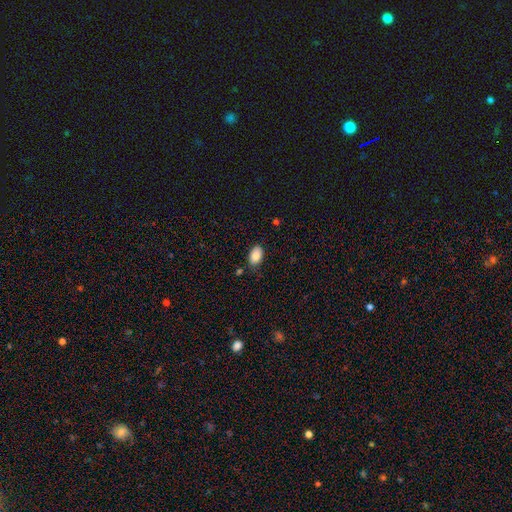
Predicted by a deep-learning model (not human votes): This appears to be a smooth galaxy with no disk features (86%) that is in between round and cigar-shaped (92%). Merging: none (77%).